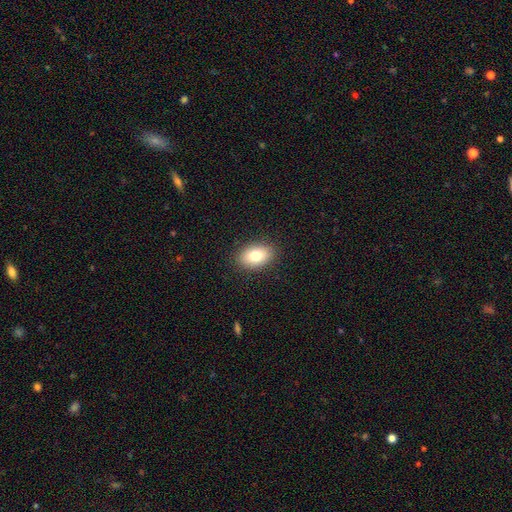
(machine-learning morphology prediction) Smooth or featured?
  - smooth: 80% *
  - featured or disk: 12%
  - star or artifact: 8%
How rounded?
  - in between: 88% *
  - round: 11%
  - cigar-shaped: 1%
Merging?
  - none: 89% *
  - minor disturbance: 8%
  - major disturbance: 2%
  - merger: 1%